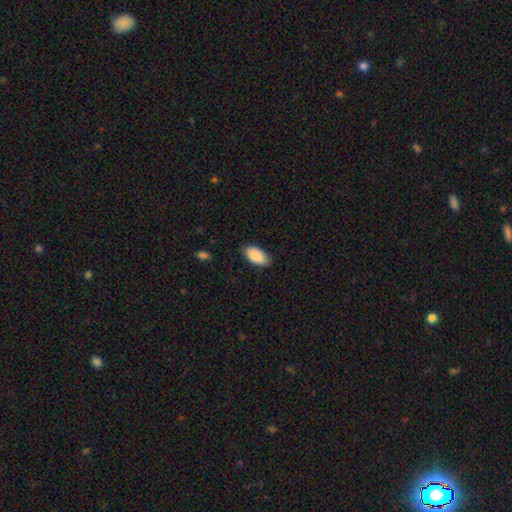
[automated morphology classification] Smooth or featured? smooth (90%)
How rounded? in between (95%)
Merging? none (84%)